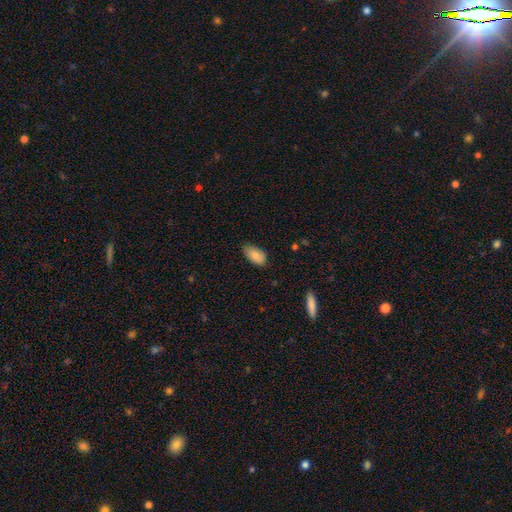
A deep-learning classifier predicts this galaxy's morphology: Smooth or featured?
  - smooth: 86% *
  - featured or disk: 7%
  - star or artifact: 7%
How rounded?
  - in between: 94% *
  - round: 3%
  - cigar-shaped: 3%
Merging?
  - none: 75% *
  - minor disturbance: 21%
  - major disturbance: 3%
  - merger: 1%